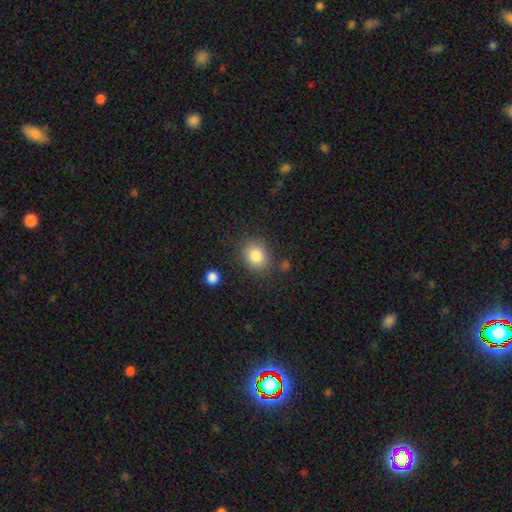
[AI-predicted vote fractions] This is clearly a smooth galaxy (84%). How rounded: possibly round (54%). Merging: likely none (80%).